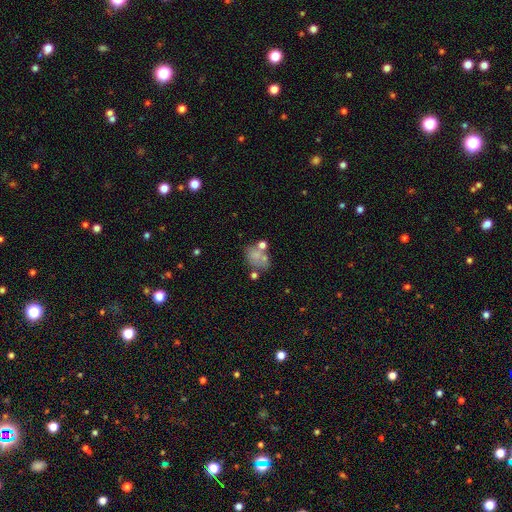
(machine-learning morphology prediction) Smooth or featured?
  - smooth: 62% *
  - featured or disk: 24%
  - star or artifact: 13%
How rounded?
  - in between: 68% *
  - round: 30%
  - cigar-shaped: 1%
Merging?
  - none: 41% *
  - merger: 26%
  - minor disturbance: 18%
  - major disturbance: 14%